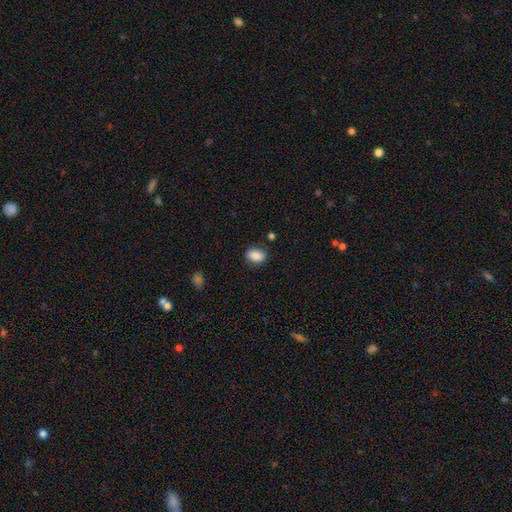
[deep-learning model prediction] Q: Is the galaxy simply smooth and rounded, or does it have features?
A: smooth — 85%.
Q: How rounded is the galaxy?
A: in between — 74%.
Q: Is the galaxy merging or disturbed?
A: none — 83%.